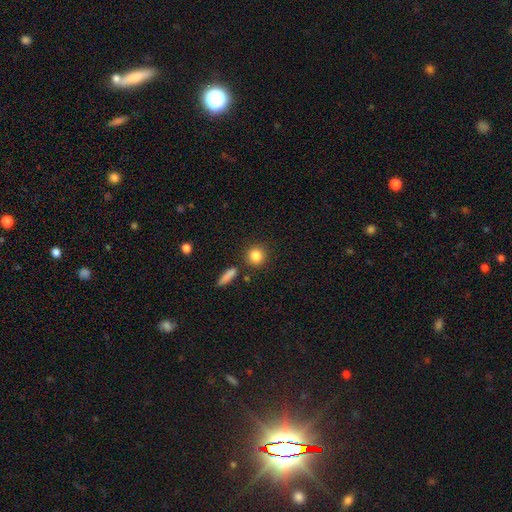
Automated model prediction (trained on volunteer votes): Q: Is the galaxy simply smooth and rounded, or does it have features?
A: smooth — 85%.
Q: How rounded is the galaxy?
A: round — 86%.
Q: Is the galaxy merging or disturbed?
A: none — 83%.